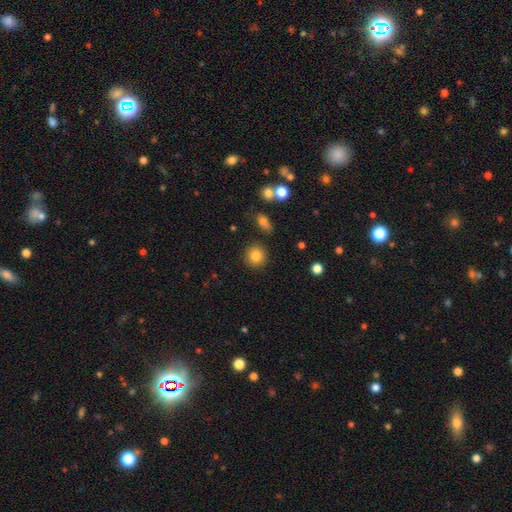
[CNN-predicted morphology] smooth_or_featured: smooth (p=0.84) [alt: star or artifact p=0.10]
how_rounded: round (p=0.90) [alt: in between p=0.09]
merging: none (p=0.88) [alt: minor disturbance p=0.07]